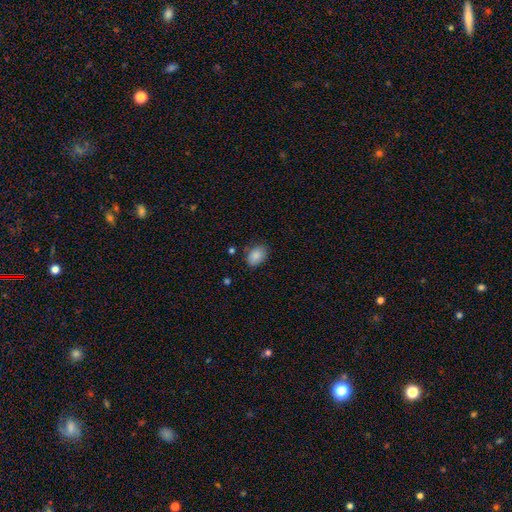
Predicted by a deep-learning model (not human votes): smooth-or-featured: smooth: 87% | star or artifact: 8% | featured or disk: 5%
  how-rounded: in between: 84% | round: 15% | cigar-shaped: 1%
  merging: none: 78% | minor disturbance: 16% | major disturbance: 3% | merger: 3%